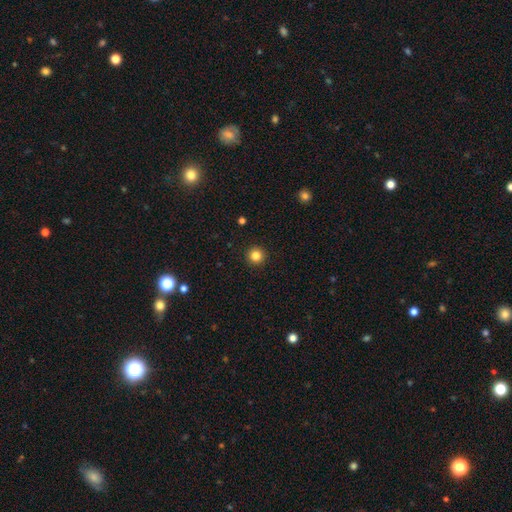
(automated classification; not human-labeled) This appears to be a smooth galaxy with no disk features (84%) that is round (96%). Merging: none (93%).